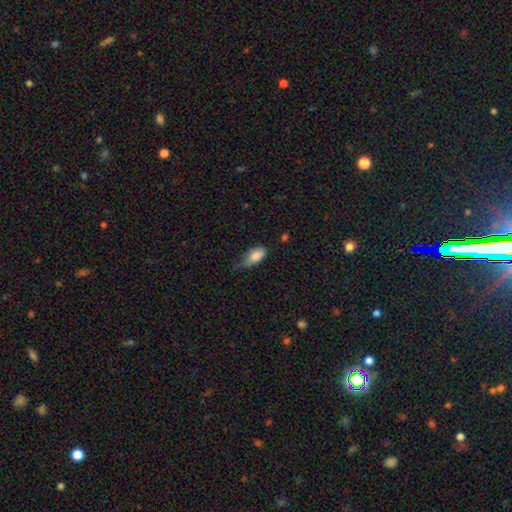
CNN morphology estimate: type=smooth (82%); roundness=in between (89%); merging=minor disturbance (49%).